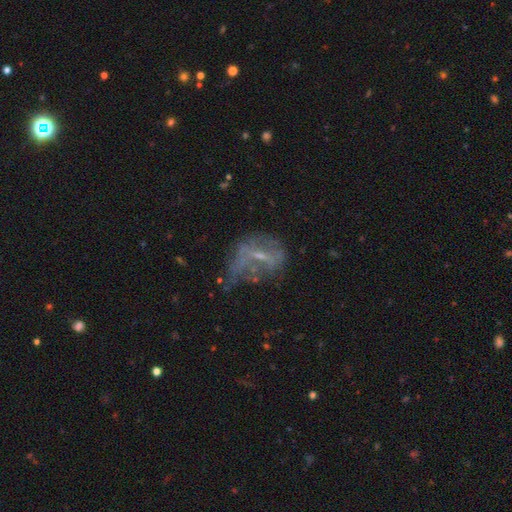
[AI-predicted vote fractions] This is possibly a featured or disk galaxy (53%). It is clearly not viewed edge-on (95%). Merging: marginally major disturbance (37%).